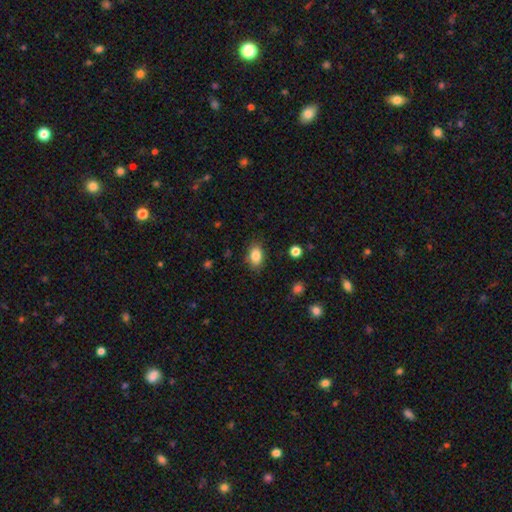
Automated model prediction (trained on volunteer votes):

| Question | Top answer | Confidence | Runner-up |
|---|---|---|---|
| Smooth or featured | smooth | 84% | star or artifact (8%) |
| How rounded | in between | 83% | round (15%) |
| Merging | none | 84% | minor disturbance (12%) |